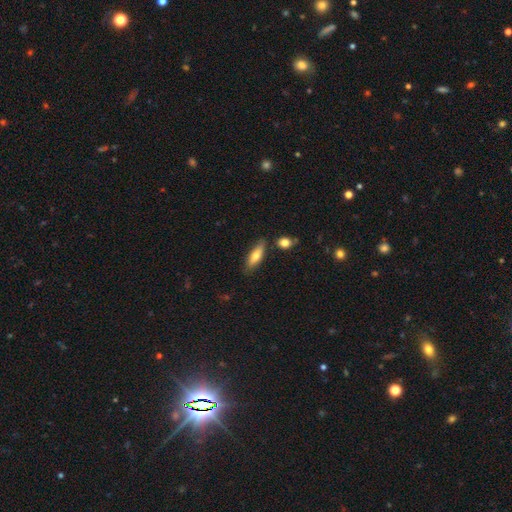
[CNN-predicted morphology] Smooth or featured? Predicted: smooth (p=0.70). How rounded? Predicted: in between (p=0.53). Merging? Predicted: none (p=0.77).